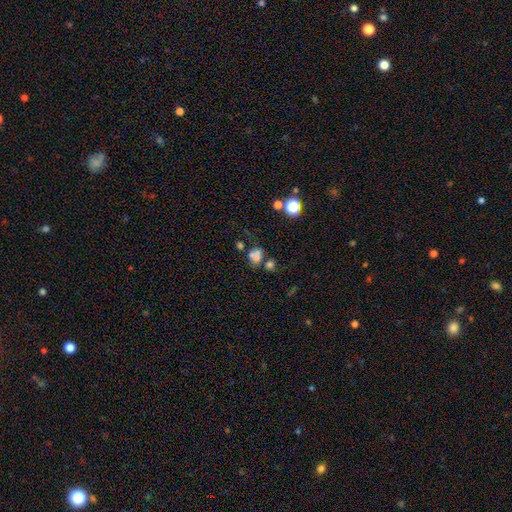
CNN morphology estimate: Smooth or featured: smooth — 63% (star or artifact — 19%)
How rounded: round — 60% (in between — 39%)
Merging: merger — 42% (none — 34%)